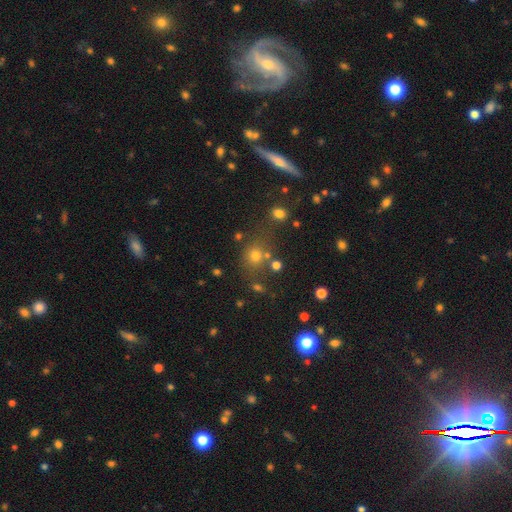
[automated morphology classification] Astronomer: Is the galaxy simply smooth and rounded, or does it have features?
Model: smooth — 66%.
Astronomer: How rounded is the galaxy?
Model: round — 79%.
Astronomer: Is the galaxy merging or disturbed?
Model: none — 66%.